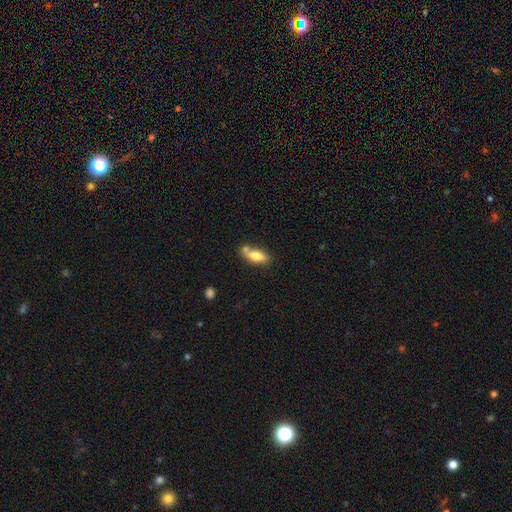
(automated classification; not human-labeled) The model was most divided on "merging": none: 48%, merger: 28%, minor disturbance: 19%, major disturbance: 6%. More confident: how rounded — in between (79%); smooth or featured — smooth (78%).